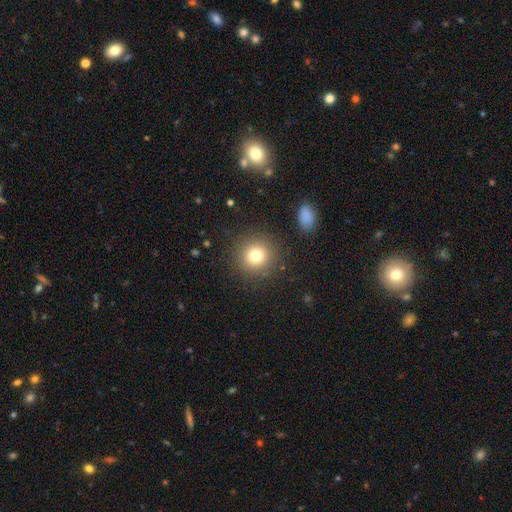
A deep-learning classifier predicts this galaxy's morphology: This appears to be a smooth galaxy with no disk features (78%) that is round (93%). Merging: none (88%).